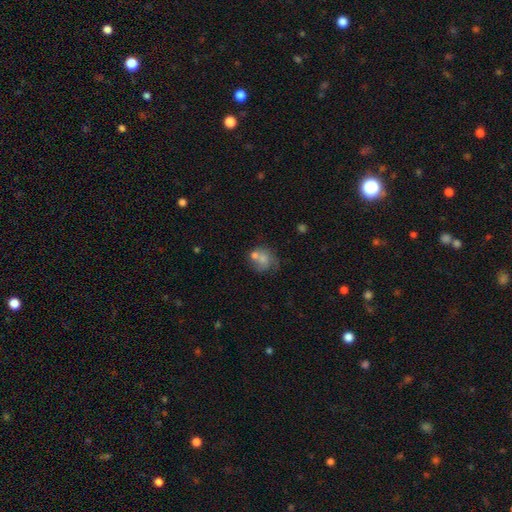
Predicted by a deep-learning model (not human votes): This appears to be a smooth galaxy with no disk features (61%) that is round (62%). Merging: merger (35%).